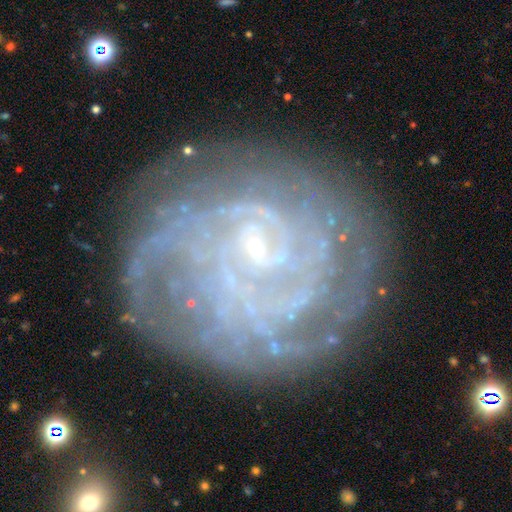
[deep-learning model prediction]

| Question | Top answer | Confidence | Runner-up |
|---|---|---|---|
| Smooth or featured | featured or disk | 82% | smooth (10%) |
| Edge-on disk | no | 98% | yes (2%) |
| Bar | no | 50% | weak (38%) |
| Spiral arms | yes | 92% | no (8%) |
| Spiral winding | tight | 75% | medium (19%) |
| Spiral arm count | can't tell | 35% | 4 (17%) |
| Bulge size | small | 81% | none (10%) |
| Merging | none | 75% | minor disturbance (15%) |